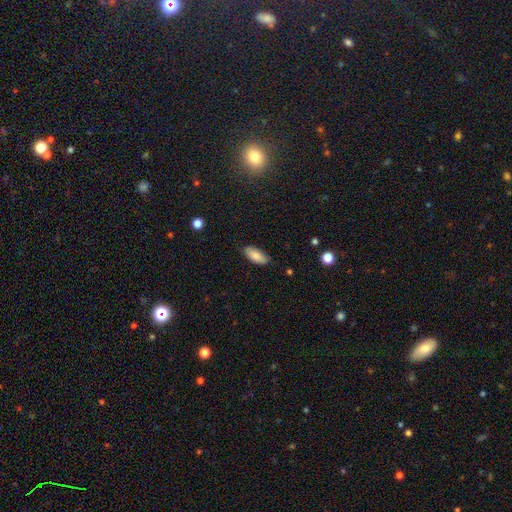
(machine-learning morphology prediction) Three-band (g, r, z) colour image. It shows a smooth galaxy with no disk features (86%) that is in between round and cigar-shaped (87%). Merging: none (84%).